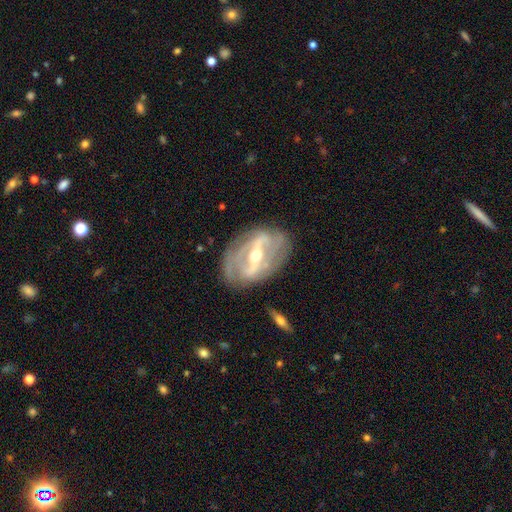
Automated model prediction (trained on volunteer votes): A featured or disk galaxy (86%) with a strong bar (76%), 2 (60%) tight (45%) spiral arms (73%) and a moderate central bulge (66%).

Vote fractions:
- Smooth or featured? featured or disk: 86% / smooth: 9% / star or artifact: 5%
- Edge-on disk? no: 90% / yes: 10%
- Bar? strong: 76% / weak: 18% / no: 6%
- Spiral arms? yes: 73% / no: 27%
- Spiral winding? tight: 45% / medium: 35% / loose: 19%
- Spiral arm count? 2: 60% / can't tell: 23% / 3: 8% / 1: 4% / 4: 3% / more than 4: 2%
- Bulge size? moderate: 66% / small: 29% / large: 4% / none: 1% / dominant: 1%
- Merging? none: 75% / minor disturbance: 16% / major disturbance: 7% / merger: 2%